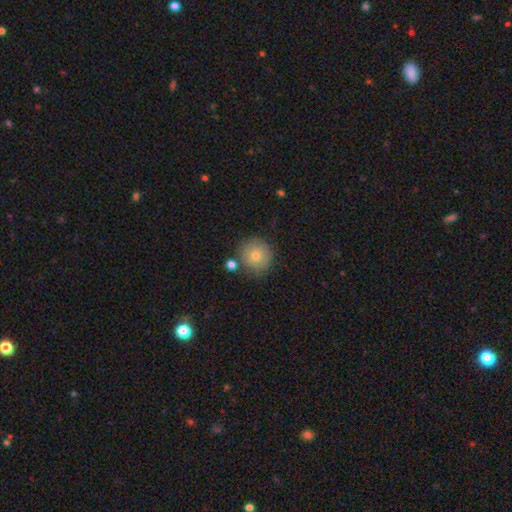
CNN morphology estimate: Smooth or featured?
  - smooth: 77% *
  - featured or disk: 13%
  - star or artifact: 10%
How rounded?
  - round: 93% *
  - in between: 6%
  - cigar-shaped: 1%
Merging?
  - none: 77% *
  - minor disturbance: 12%
  - merger: 8%
  - major disturbance: 3%